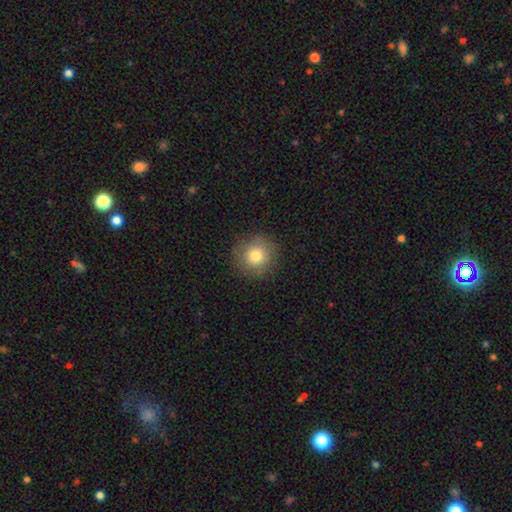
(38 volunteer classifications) Overall: smooth (82%). How rounded: round (90%). Merging: none (80%).